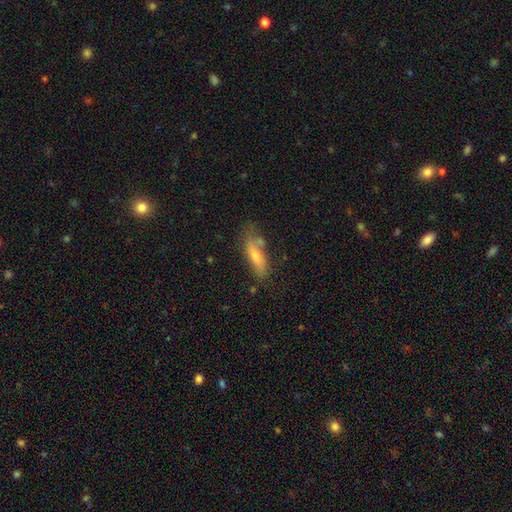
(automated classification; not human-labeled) Q: Smooth or featured?
A: smooth (54%); runner-up: featured or disk (37%)
Q: How rounded?
A: cigar-shaped (56%); runner-up: in between (42%)
Q: Merging?
A: none (60%); runner-up: minor disturbance (25%)